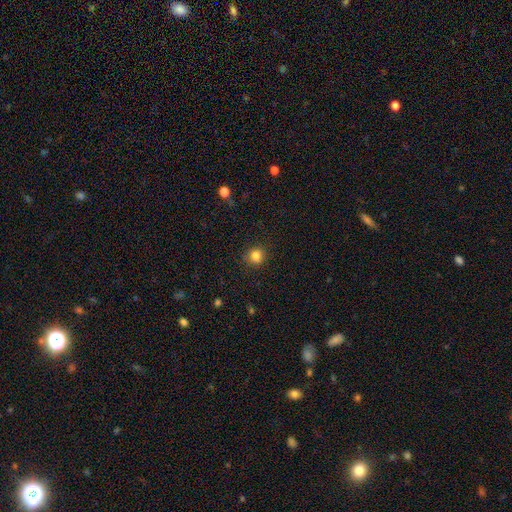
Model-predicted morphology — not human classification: type=smooth (83%); roundness=round (91%); merging=none (89%).